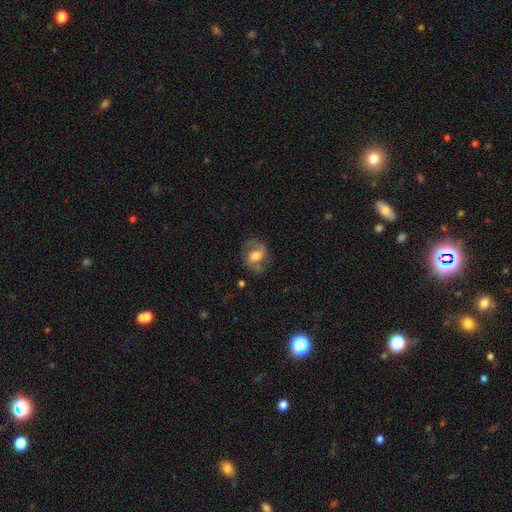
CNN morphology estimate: type=featured or disk (68%); edge-on=no (97%); bar=weak (44%); spiral arms=yes (87%); winding=medium (51%); arm count=2 (84%); bulge=moderate (61%); merging=none (69%).